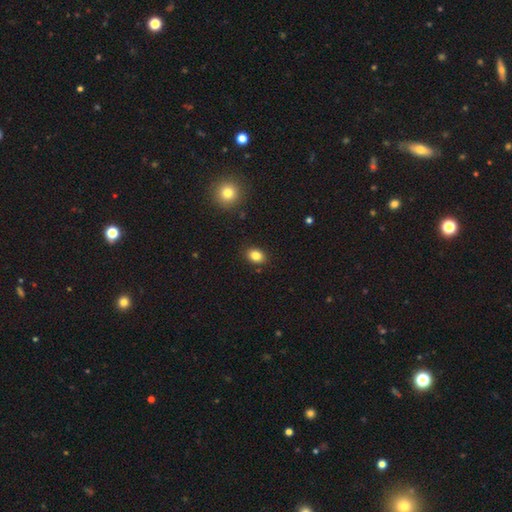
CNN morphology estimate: Smooth or featured? smooth (84%)
How rounded? in between (68%)
Merging? none (88%)